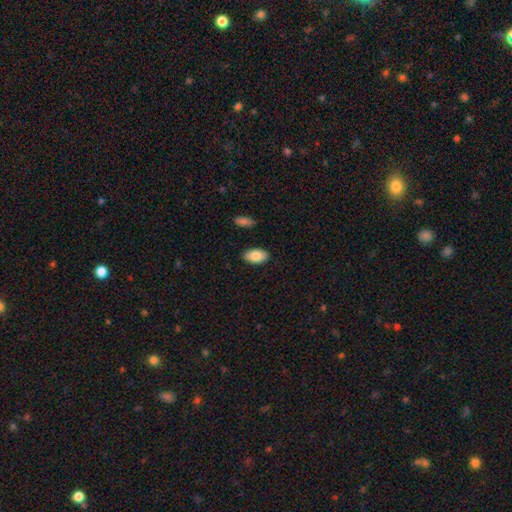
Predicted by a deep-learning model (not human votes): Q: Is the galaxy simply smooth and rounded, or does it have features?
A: smooth — 84%.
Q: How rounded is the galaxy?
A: in between — 95%.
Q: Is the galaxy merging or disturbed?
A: none — 87%.